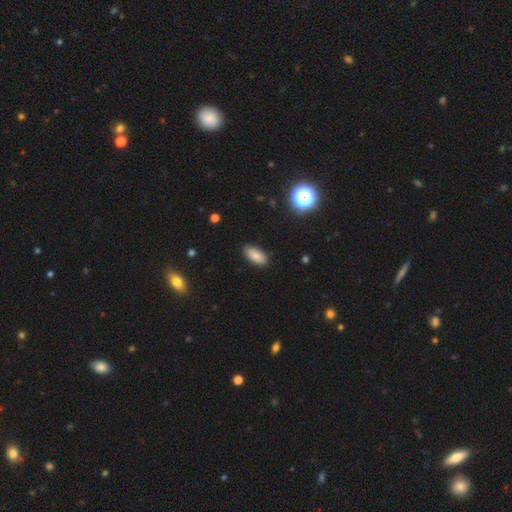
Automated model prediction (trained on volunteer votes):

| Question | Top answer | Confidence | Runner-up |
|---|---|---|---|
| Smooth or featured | smooth | 84% | star or artifact (9%) |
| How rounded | in between | 88% | cigar-shaped (9%) |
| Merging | none | 88% | minor disturbance (9%) |